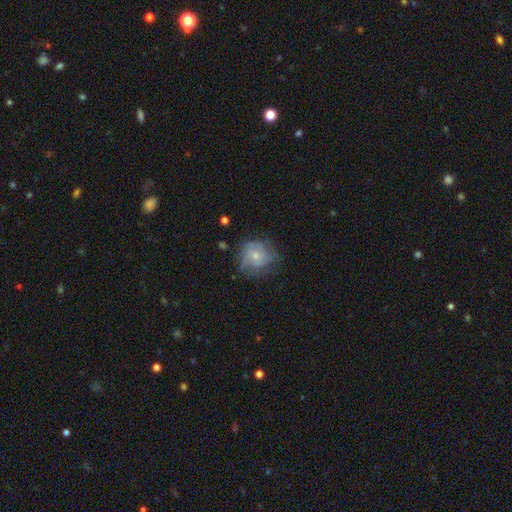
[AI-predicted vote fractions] Q: Smooth or featured?
A: featured or disk (51%); runner-up: smooth (41%)
Q: Edge-on disk?
A: no (98%); runner-up: yes (2%)
Q: Merging?
A: none (56%); runner-up: minor disturbance (27%)